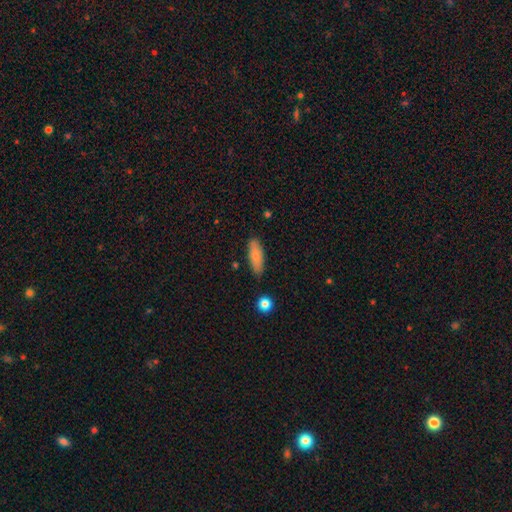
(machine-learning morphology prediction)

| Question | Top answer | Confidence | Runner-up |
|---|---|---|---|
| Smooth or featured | smooth | 82% | featured or disk (11%) |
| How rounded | in between | 53% | cigar-shaped (45%) |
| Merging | none | 84% | minor disturbance (12%) |